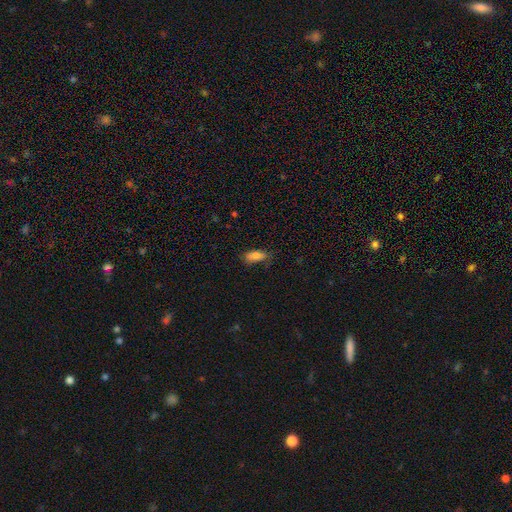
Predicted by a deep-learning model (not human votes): Smooth or featured?
  - smooth: 78% *
  - featured or disk: 13%
  - star or artifact: 8%
How rounded?
  - in between: 86% *
  - cigar-shaped: 11%
  - round: 3%
Merging?
  - none: 68% *
  - minor disturbance: 25%
  - major disturbance: 6%
  - merger: 2%